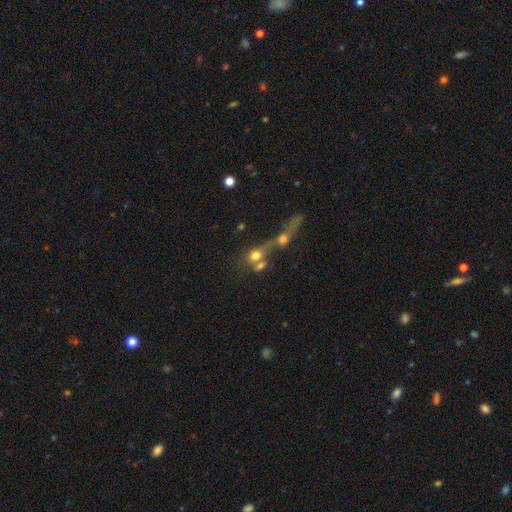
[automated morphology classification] Overall: smooth (65%). How rounded: round (57%; in between 36%). Merging: merger (63%).